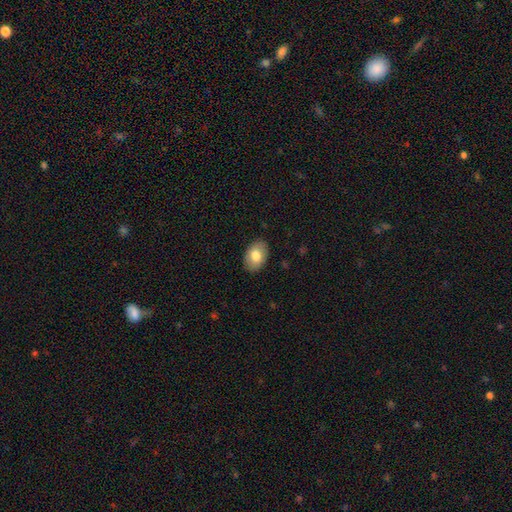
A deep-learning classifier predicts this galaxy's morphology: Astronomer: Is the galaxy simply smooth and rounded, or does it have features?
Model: smooth — 78%.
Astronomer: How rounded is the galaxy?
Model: in between — 88%.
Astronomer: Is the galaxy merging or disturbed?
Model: none — 88%.